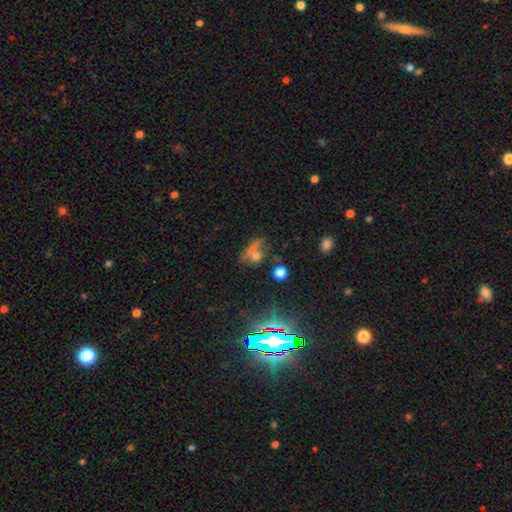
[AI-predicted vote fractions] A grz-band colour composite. It shows a star or artifact, not a galaxy (55%).